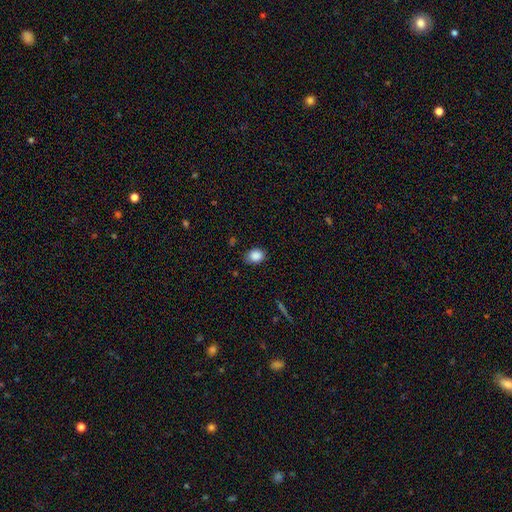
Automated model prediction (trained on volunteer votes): A smooth galaxy with no disk features (87%) that is in between round and cigar-shaped (55%). Merging: none (76%).